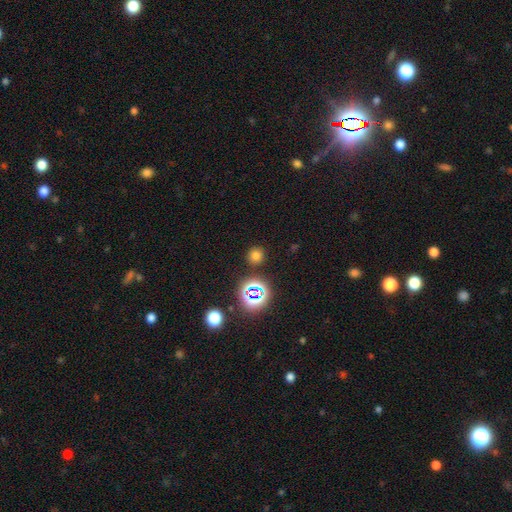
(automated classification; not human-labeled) smooth-or-featured: smooth: 69% | star or artifact: 25% | featured or disk: 6%
  how-rounded: round: 88% | in between: 10% | cigar-shaped: 1%
  merging: none: 87% | minor disturbance: 7% | merger: 3% | major disturbance: 3%